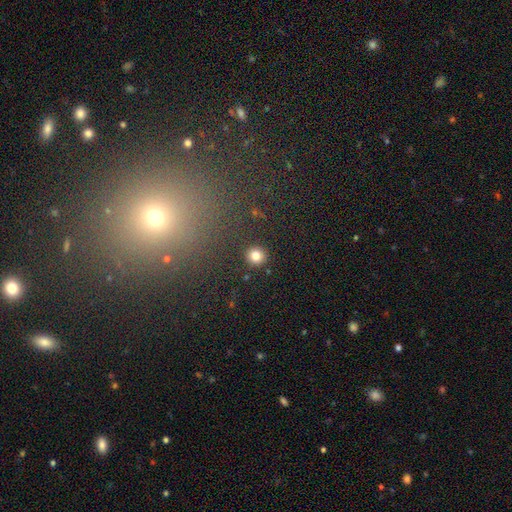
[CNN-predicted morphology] Smooth or featured? smooth (82%)
How rounded? round (93%)
Merging? none (91%)